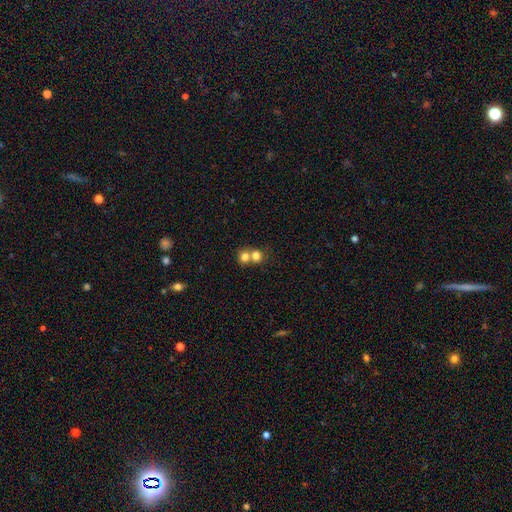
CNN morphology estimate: This appears to be a smooth galaxy with no disk features (77%) that is round (77%). Merging: merger (61%).